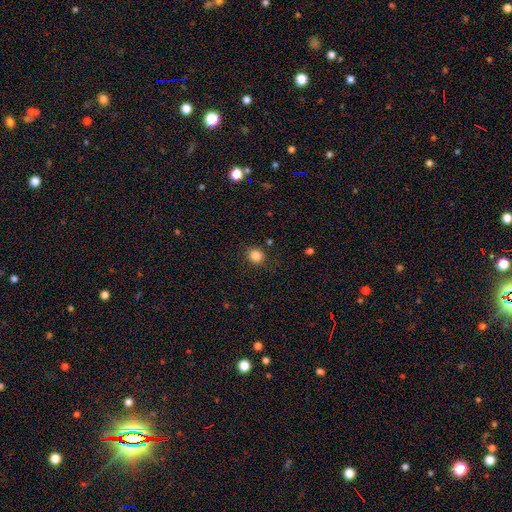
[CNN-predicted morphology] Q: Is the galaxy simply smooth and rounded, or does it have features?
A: smooth — 84%.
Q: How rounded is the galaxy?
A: round — 82%.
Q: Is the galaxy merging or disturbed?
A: none — 87%.